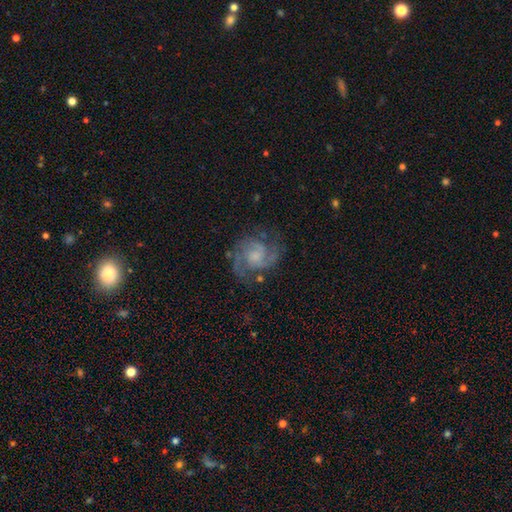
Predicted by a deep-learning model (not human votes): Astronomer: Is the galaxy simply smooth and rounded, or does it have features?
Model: featured or disk — 85%.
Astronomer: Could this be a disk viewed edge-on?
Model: no — 98%.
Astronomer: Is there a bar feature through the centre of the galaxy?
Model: no — 60% (runner-up: weak, 35%).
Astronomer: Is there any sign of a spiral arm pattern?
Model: yes — 97%.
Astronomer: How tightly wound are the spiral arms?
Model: medium — 53% (runner-up: tight, 32%).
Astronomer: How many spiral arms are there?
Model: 2 — 74%.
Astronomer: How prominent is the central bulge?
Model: small — 37% (runner-up: moderate, 34%).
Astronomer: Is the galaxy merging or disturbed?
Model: none — 70%.